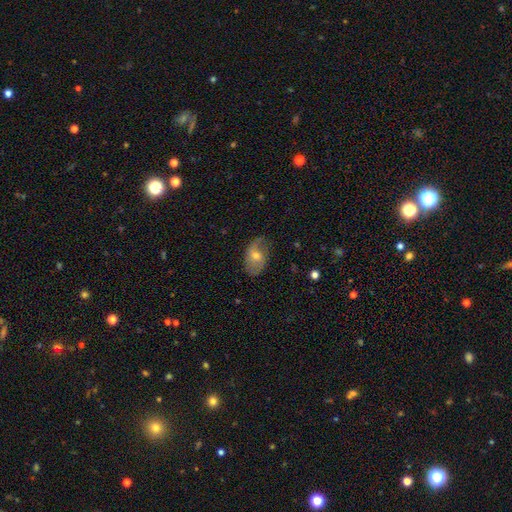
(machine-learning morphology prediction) A featured or disk galaxy (49%).

Vote fractions:
- Smooth or featured? featured or disk: 49% / smooth: 44% / star or artifact: 8%
- Merging? none: 70% / minor disturbance: 22% / major disturbance: 7% / merger: 1%